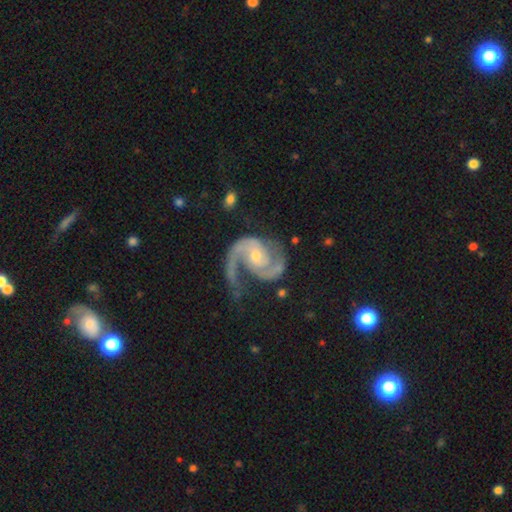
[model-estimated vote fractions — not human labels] A featured or disk galaxy (93%) with no bar (58%), 2 (90%) medium (58%) spiral arms (98%) and a small central bulge (54%).

Vote fractions:
- Smooth or featured? featured or disk: 93% / star or artifact: 4% / smooth: 3%
- Edge-on disk? no: 98% / yes: 2%
- Bar? no: 58% / weak: 31% / strong: 11%
- Spiral arms? yes: 98% / no: 2%
- Spiral winding? medium: 58% / tight: 23% / loose: 18%
- Spiral arm count? 2: 90% / 1: 4% / can't tell: 2% / 3: 2% / 4: 1% / more than 4: 1%
- Bulge size? small: 54% / moderate: 41% / large: 2% / none: 2% / dominant: 1%
- Merging? none: 61% / minor disturbance: 19% / major disturbance: 17% / merger: 3%